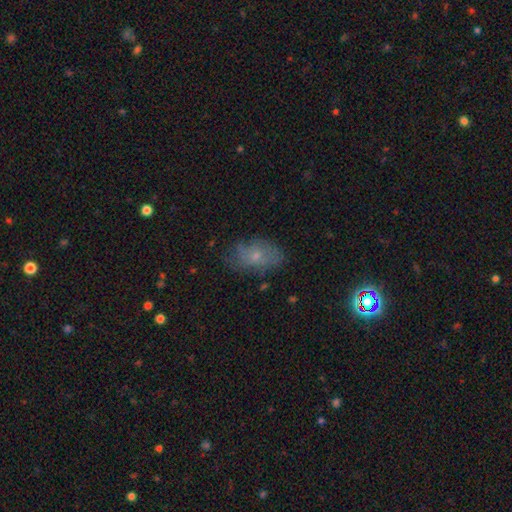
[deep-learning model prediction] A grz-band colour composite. It shows a smooth galaxy with no disk features (57%) that is in between round and cigar-shaped (88%). Merging: none (68%).